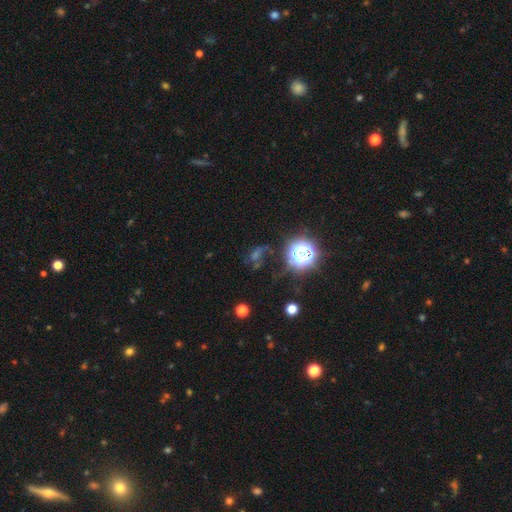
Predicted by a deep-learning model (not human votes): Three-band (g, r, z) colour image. It shows a star or artifact, not a galaxy (52%).